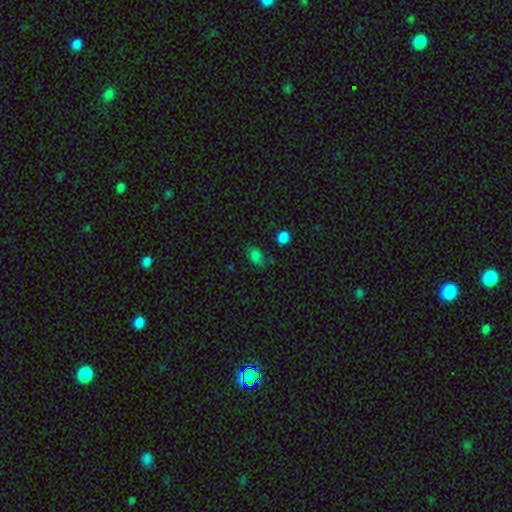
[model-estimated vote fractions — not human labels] Smooth or featured: smooth — 73% (star or artifact — 17%)
How rounded: in between — 75% (round — 23%)
Merging: none — 60% (minor disturbance — 26%)